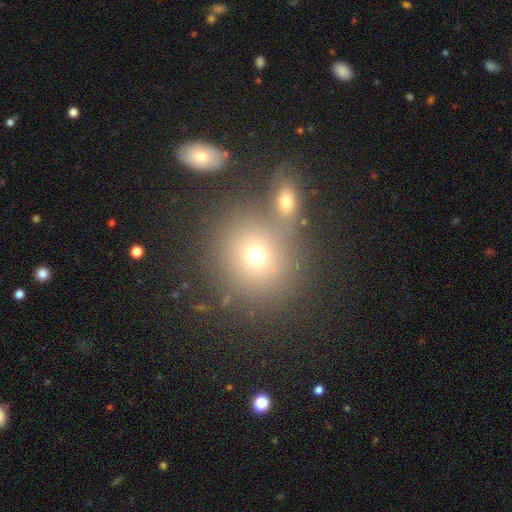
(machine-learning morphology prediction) The model was most divided on "merging": none: 64%, merger: 22%, minor disturbance: 9%, major disturbance: 5%. More confident: how rounded — round (82%); smooth or featured — smooth (69%).